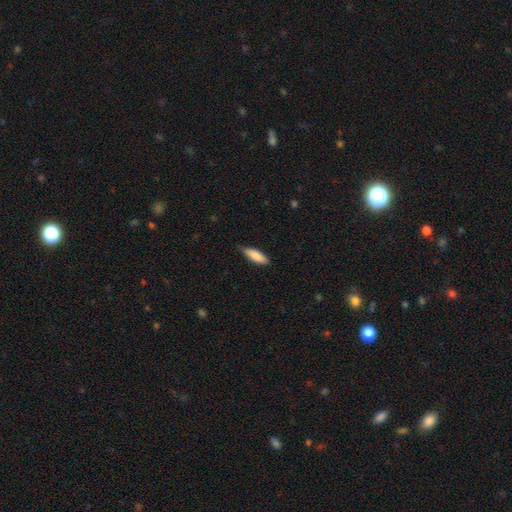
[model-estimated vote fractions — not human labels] Q: Smooth or featured?
A: smooth (85%); runner-up: featured or disk (9%)
Q: How rounded?
A: in between (55%); runner-up: cigar-shaped (44%)
Q: Merging?
A: none (69%); runner-up: minor disturbance (26%)